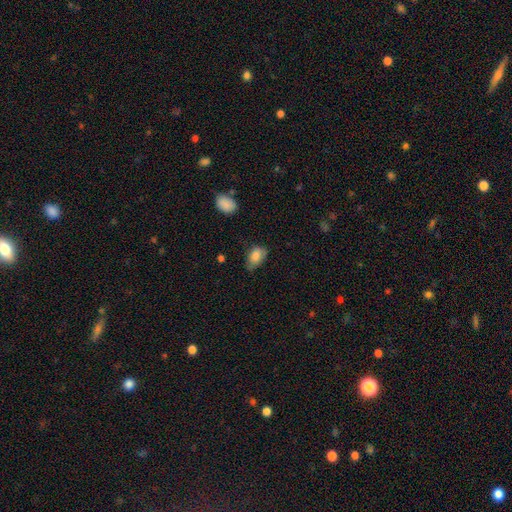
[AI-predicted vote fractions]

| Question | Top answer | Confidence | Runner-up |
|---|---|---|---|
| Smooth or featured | smooth | 83% | featured or disk (9%) |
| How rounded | in between | 88% | round (10%) |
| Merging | none | 50% | minor disturbance (39%) |